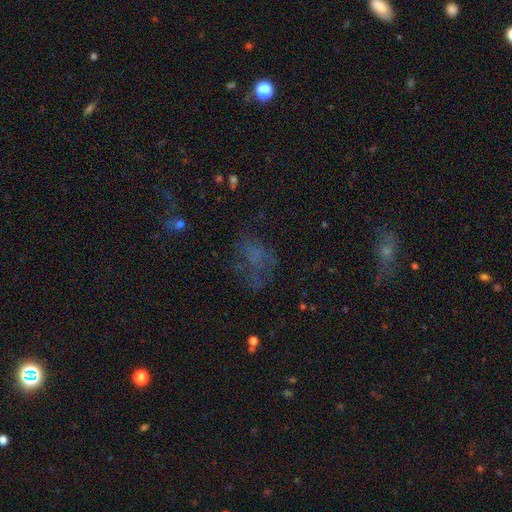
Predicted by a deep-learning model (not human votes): Smooth or featured: smooth — 37% (featured or disk — 33%)
Merging: none — 44% (major disturbance — 33%)